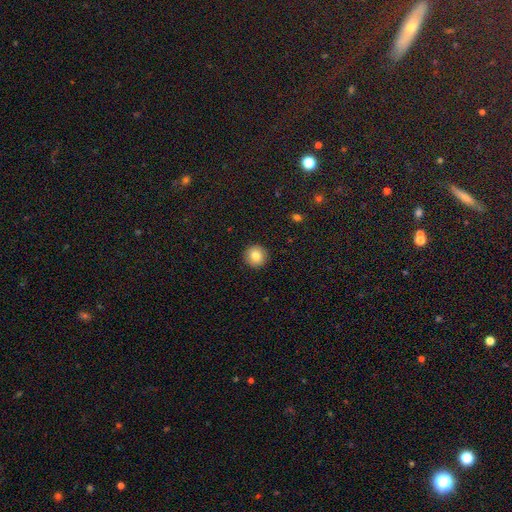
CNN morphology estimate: Q: Smooth or featured?
A: smooth (82%); runner-up: star or artifact (9%)
Q: How rounded?
A: round (96%); runner-up: in between (4%)
Q: Merging?
A: none (93%); runner-up: minor disturbance (4%)